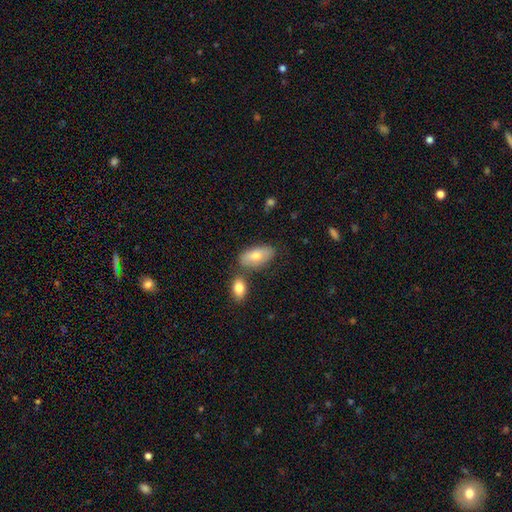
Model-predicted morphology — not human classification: smooth-or-featured: smooth: 73% | featured or disk: 20% | star or artifact: 7%
  how-rounded: in between: 91% | cigar-shaped: 6% | round: 3%
  merging: none: 65% | merger: 18% | minor disturbance: 14% | major disturbance: 3%